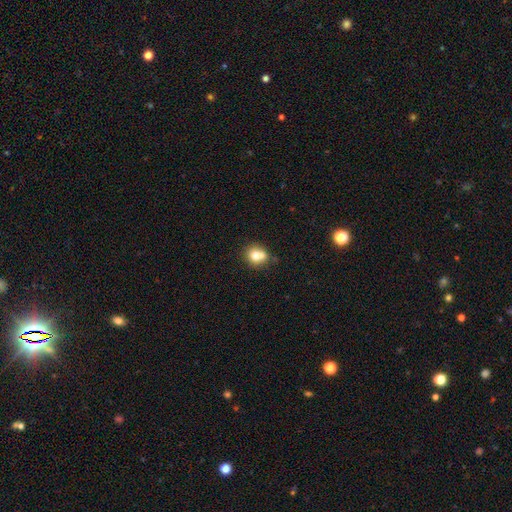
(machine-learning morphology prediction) A smooth galaxy with no disk features (71%) that is round (77%). Merging: none (43%).